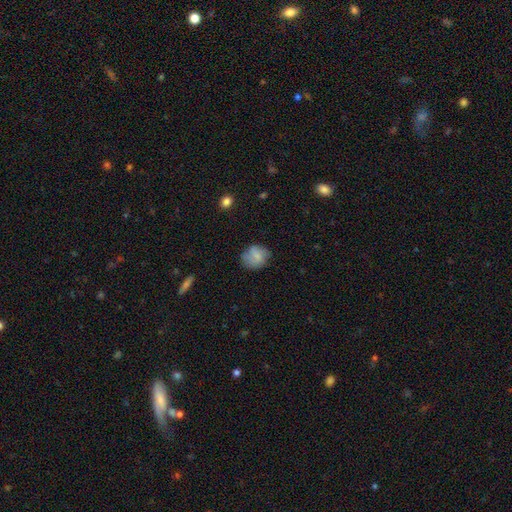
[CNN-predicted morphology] Q: Smooth or featured?
A: smooth (72%); runner-up: featured or disk (20%)
Q: How rounded?
A: round (65%); runner-up: in between (34%)
Q: Merging?
A: none (66%); runner-up: minor disturbance (24%)